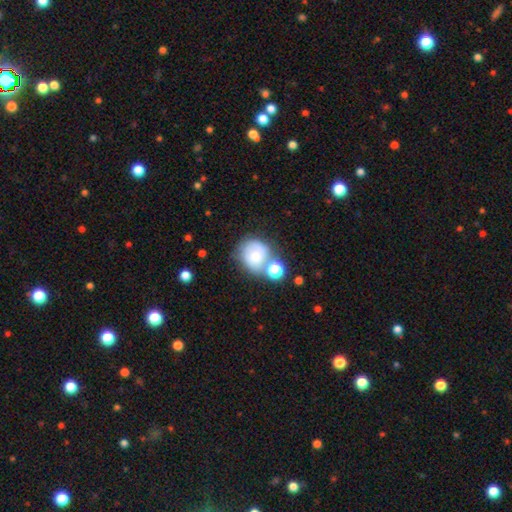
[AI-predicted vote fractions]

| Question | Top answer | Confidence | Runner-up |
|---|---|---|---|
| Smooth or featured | smooth | 59% | featured or disk (29%) |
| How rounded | round | 76% | in between (23%) |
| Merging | none | 42% | merger (27%) |